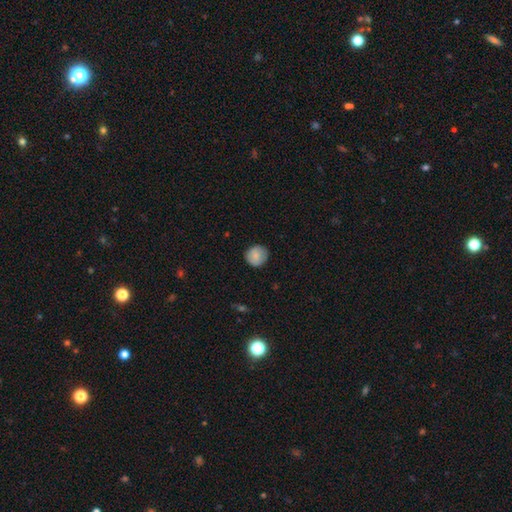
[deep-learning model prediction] smooth_or_featured: smooth (p=0.83) [alt: featured or disk p=0.10]
how_rounded: round (p=0.91) [alt: in between p=0.08]
merging: none (p=0.85) [alt: minor disturbance p=0.12]